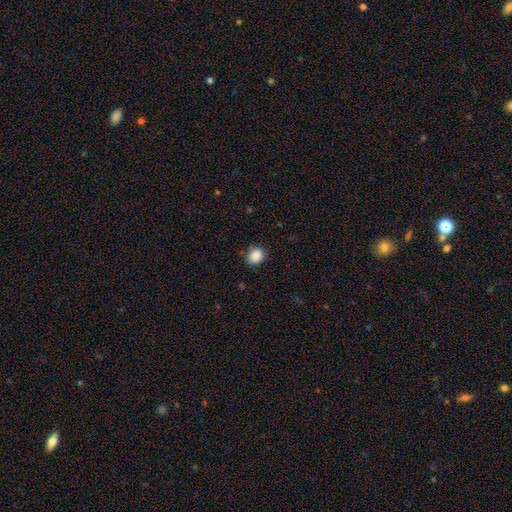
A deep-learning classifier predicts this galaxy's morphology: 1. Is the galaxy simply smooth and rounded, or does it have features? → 88% smooth, 9% star or artifact, 3% featured or disk.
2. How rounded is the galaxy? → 69% round, 30% in between, 1% cigar-shaped.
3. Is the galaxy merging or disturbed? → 85% none, 11% minor disturbance, 3% major disturbance, 1% merger.